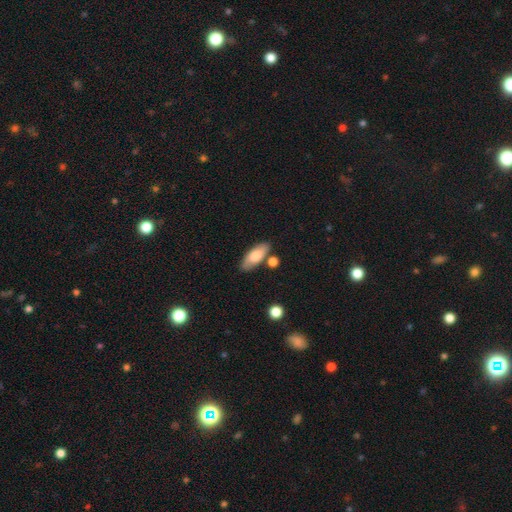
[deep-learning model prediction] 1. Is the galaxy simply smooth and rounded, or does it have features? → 75% smooth, 19% featured or disk, 6% star or artifact.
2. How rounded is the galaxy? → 78% in between, 19% cigar-shaped, 3% round.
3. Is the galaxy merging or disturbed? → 75% none, 13% minor disturbance, 9% merger, 3% major disturbance.